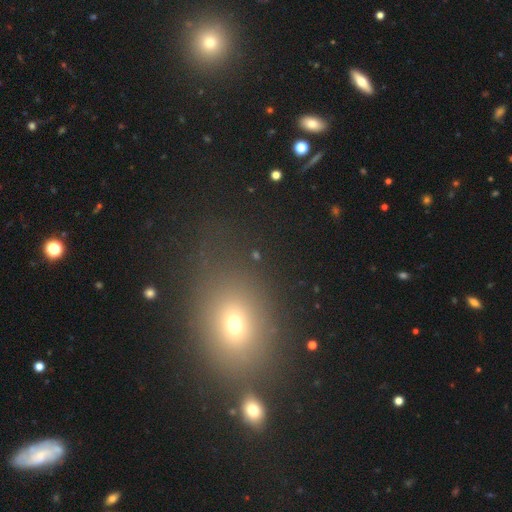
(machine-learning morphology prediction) Smooth or featured?
  - smooth: 53% *
  - star or artifact: 33%
  - featured or disk: 13%
How rounded?
  - in between: 49% *
  - round: 47%
  - cigar-shaped: 4%
Merging?
  - none: 73% *
  - minor disturbance: 12%
  - major disturbance: 9%
  - merger: 6%